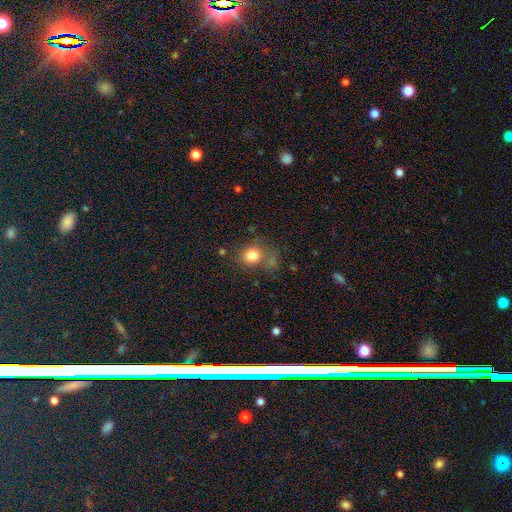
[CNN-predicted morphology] smooth_or_featured: smooth (p=0.78) [alt: star or artifact p=0.14]
how_rounded: round (p=0.71) [alt: in between p=0.28]
merging: none (p=0.65) [alt: minor disturbance p=0.19]